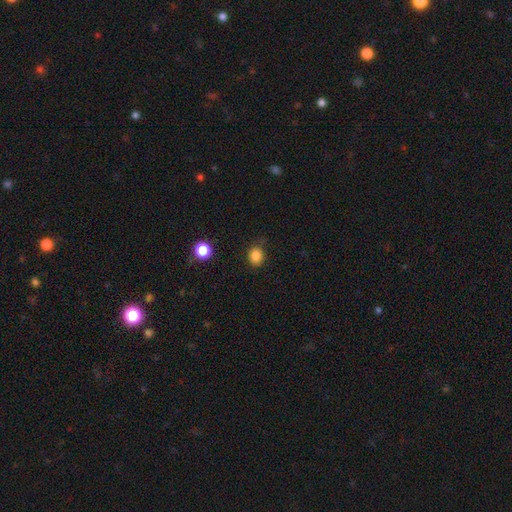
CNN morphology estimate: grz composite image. It shows a smooth galaxy with no disk features (84%) that is round (69%). Merging: none (78%).